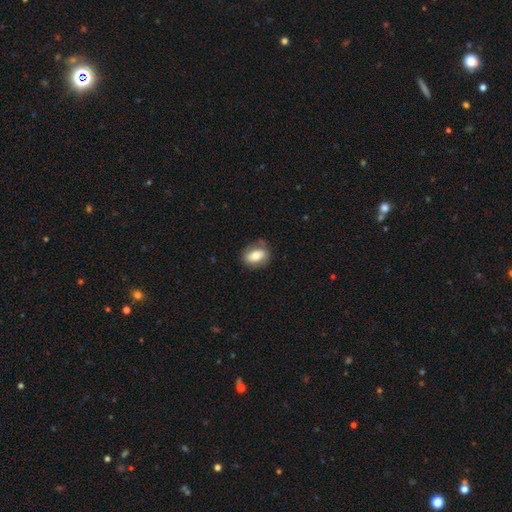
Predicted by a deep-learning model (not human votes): Smooth or featured? smooth (68%)
How rounded? in between (75%)
Merging? none (75%)